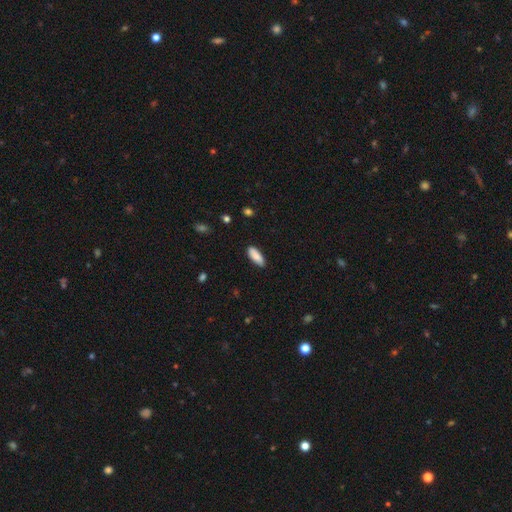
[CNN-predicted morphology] This appears to be a smooth galaxy with no disk features (87%) that is in between round and cigar-shaped (71%). Merging: none (85%).